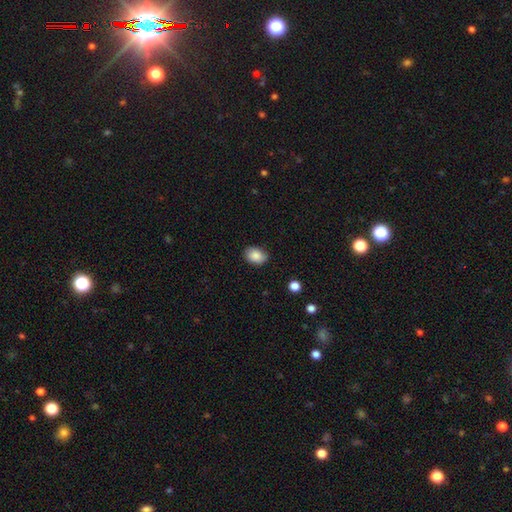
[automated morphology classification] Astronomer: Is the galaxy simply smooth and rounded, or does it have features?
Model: smooth — 87%.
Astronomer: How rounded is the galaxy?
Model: in between — 77%.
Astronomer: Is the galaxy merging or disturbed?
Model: none — 84%.